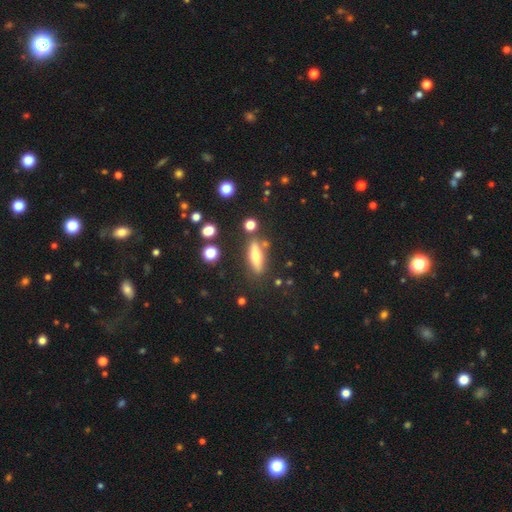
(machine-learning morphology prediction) A smooth galaxy with no disk features (53%) that is cigar-shaped (61%).

Vote fractions:
- Smooth or featured? smooth: 53% / featured or disk: 38% / star or artifact: 8%
- How rounded? cigar-shaped: 61% / in between: 35% / round: 3%
- Merging? none: 78% / minor disturbance: 12% / merger: 6% / major disturbance: 4%